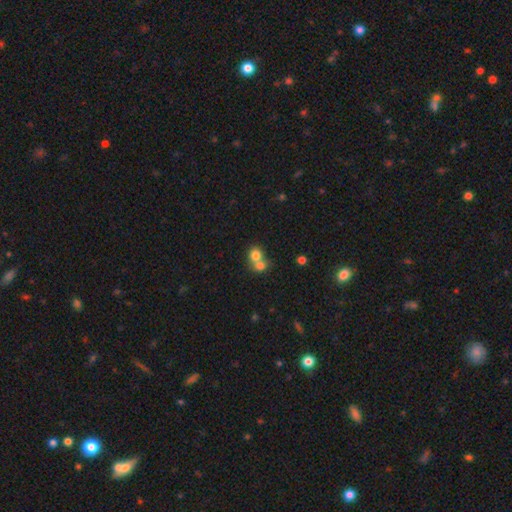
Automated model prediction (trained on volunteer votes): Smooth or featured?
  - smooth: 76% *
  - featured or disk: 13%
  - star or artifact: 11%
How rounded?
  - round: 74% *
  - in between: 25%
  - cigar-shaped: 1%
Merging?
  - merger: 63% *
  - none: 29%
  - minor disturbance: 5%
  - major disturbance: 3%